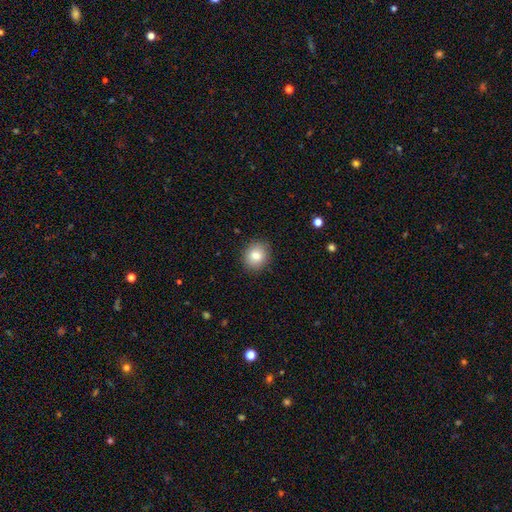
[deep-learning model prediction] Smooth or featured?
  - smooth: 82% *
  - star or artifact: 9%
  - featured or disk: 9%
How rounded?
  - round: 74% *
  - in between: 25%
  - cigar-shaped: 1%
Merging?
  - none: 89% *
  - minor disturbance: 8%
  - major disturbance: 2%
  - merger: 1%